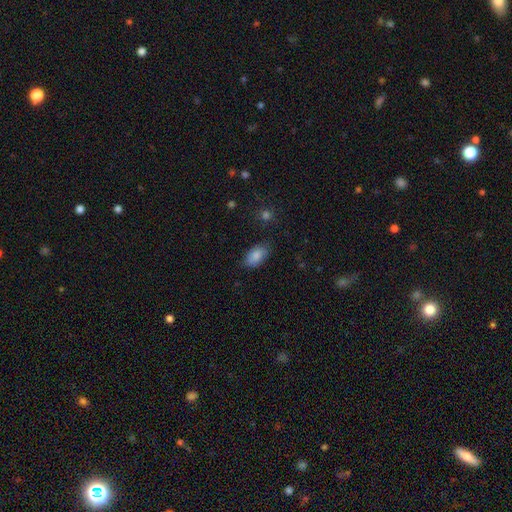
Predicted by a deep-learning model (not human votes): This appears to be a smooth galaxy with no disk features (83%) that is in between round and cigar-shaped (93%). Merging: none (78%).